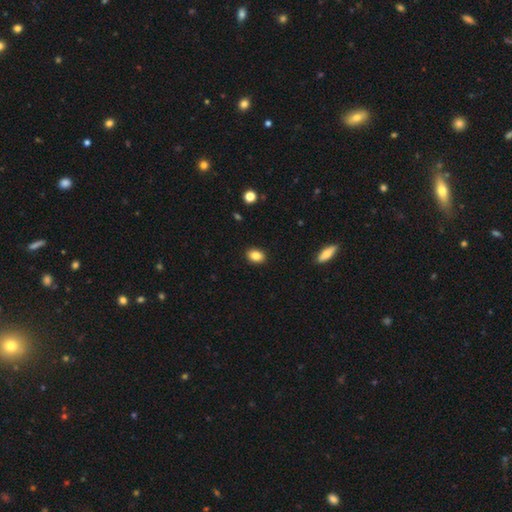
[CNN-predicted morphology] Overall: smooth (85%). How rounded: in between (71%). Merging: none (90%).